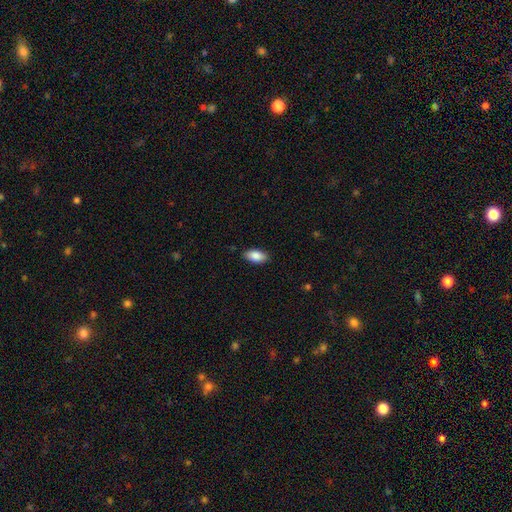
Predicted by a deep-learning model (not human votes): smooth 86%, featured or disk 7%, star or artifact 7%. Down the decision tree: how rounded — in between (92%); merging — none (87%).